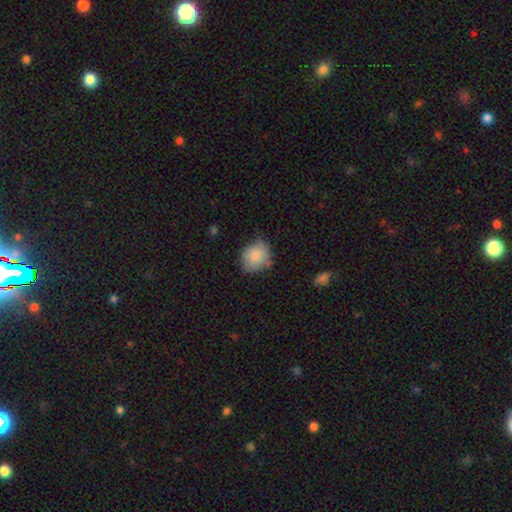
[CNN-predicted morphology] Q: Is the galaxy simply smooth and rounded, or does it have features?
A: smooth — 81%.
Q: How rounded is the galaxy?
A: round — 70%.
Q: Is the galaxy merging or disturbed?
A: none — 59%.